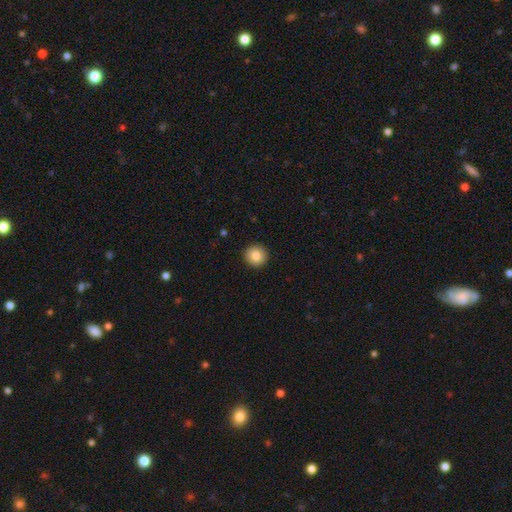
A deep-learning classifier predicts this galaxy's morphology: Smooth or featured? smooth (85%)
How rounded? round (95%)
Merging? none (93%)